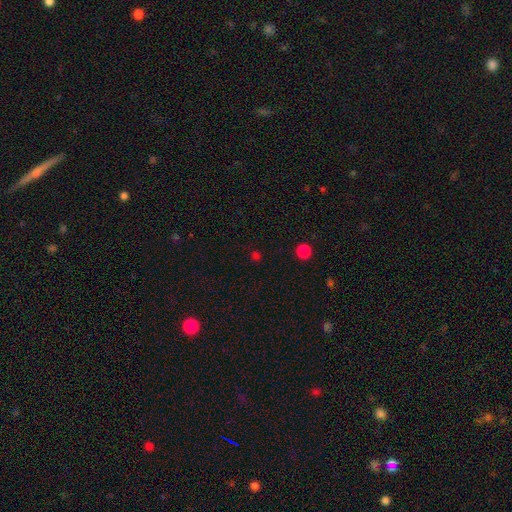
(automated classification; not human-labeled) This appears to be a smooth galaxy with no disk features (55%) that is round (88%). Merging: none (85%).